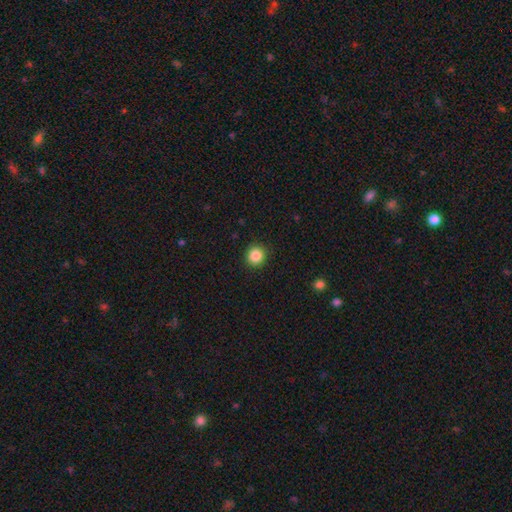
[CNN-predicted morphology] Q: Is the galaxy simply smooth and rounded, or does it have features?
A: smooth — 86%.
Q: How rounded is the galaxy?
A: round — 90%.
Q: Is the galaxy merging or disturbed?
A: none — 91%.